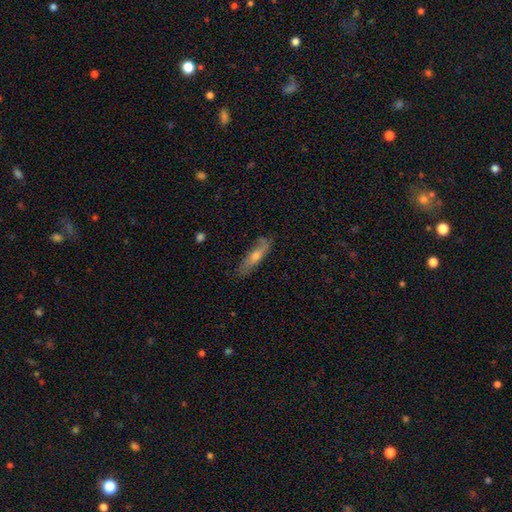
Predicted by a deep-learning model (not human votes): smooth-or-featured: smooth: 48% | featured or disk: 44% | star or artifact: 8%
  merging: none: 73% | minor disturbance: 20% | major disturbance: 5% | merger: 2%